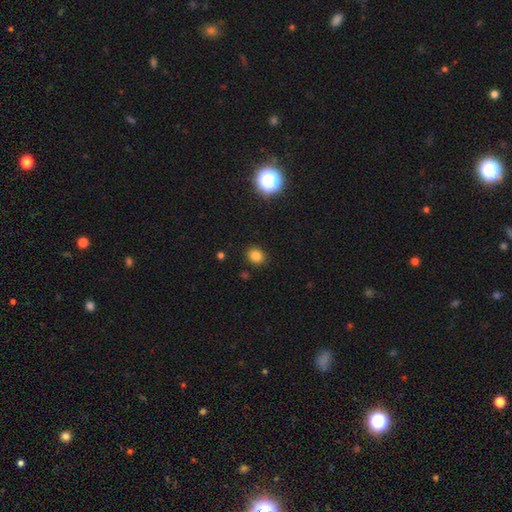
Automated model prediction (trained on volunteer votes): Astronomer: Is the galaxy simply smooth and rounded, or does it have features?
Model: smooth — 81%.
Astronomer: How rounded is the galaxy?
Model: round — 63%.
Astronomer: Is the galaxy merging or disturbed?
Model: none — 88%.